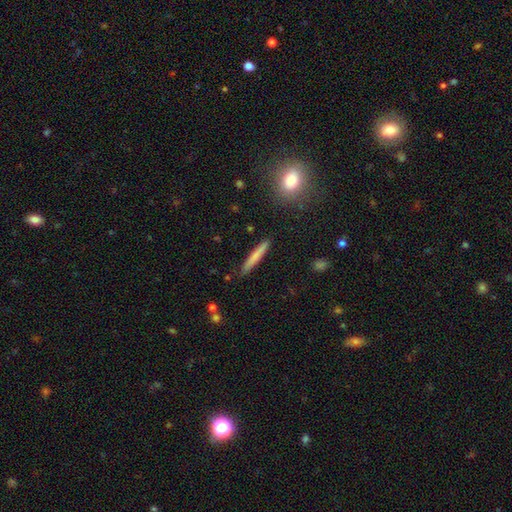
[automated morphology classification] Smooth or featured?
  - smooth: 71% *
  - featured or disk: 22%
  - star or artifact: 6%
How rounded?
  - cigar-shaped: 95% *
  - in between: 4%
  - round: 1%
Merging?
  - none: 89% *
  - minor disturbance: 8%
  - major disturbance: 2%
  - merger: 2%